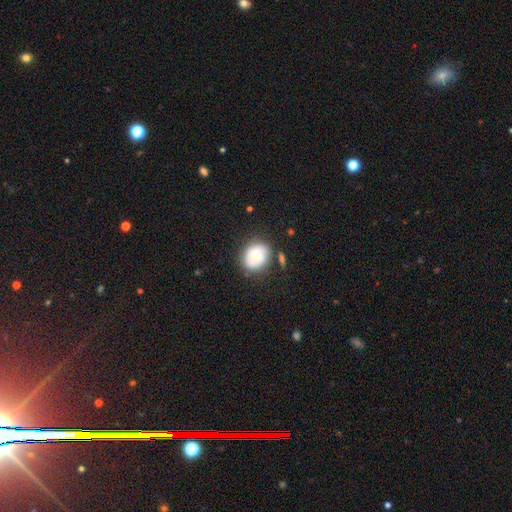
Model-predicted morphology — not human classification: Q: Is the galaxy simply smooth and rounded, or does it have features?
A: smooth — 59%.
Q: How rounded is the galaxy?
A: round — 56%.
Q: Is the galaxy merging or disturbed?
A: none — 69%.